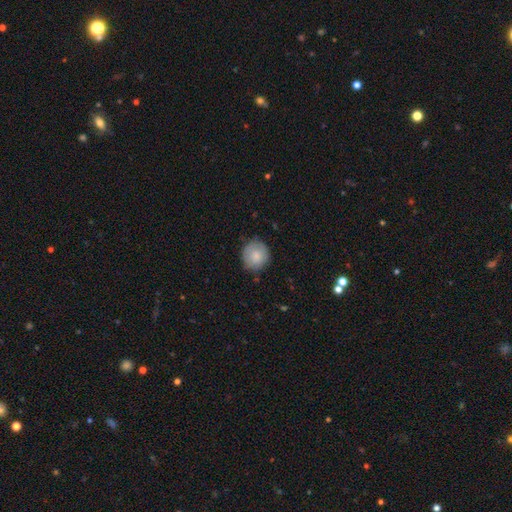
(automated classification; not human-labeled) smooth_or_featured: smooth (p=0.82) [alt: featured or disk p=0.11]
how_rounded: round (p=0.90) [alt: in between p=0.09]
merging: none (p=0.81) [alt: minor disturbance p=0.15]